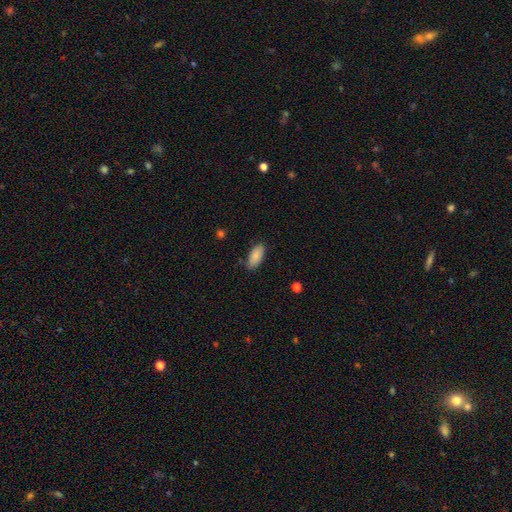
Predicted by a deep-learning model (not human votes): Smooth or featured? Predicted: smooth (p=0.87). How rounded? Predicted: in between (p=0.92). Merging? Predicted: none (p=0.80).